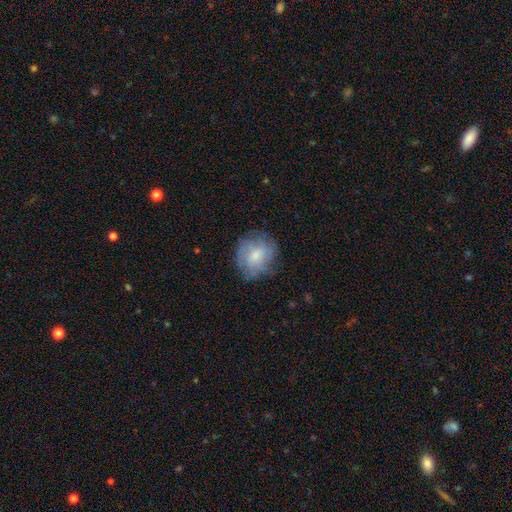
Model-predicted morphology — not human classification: type=smooth (61%); roundness=round (72%); merging=none (68%).